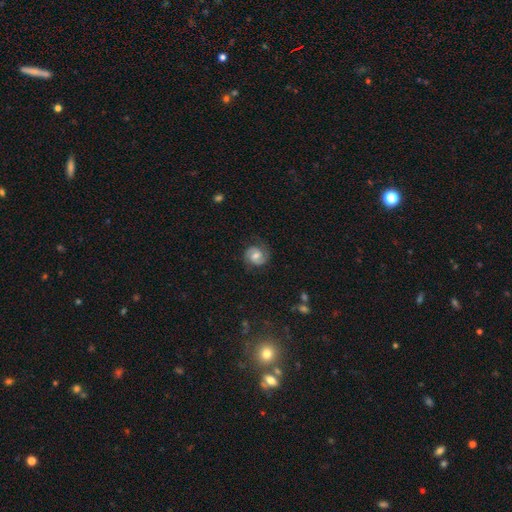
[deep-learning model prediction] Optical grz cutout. It shows a featured or disk galaxy (69%) with no bar (46%), 2 (88%) medium (47%) spiral arms (94%) and a moderate central bulge (64%). Merging: none (78%).